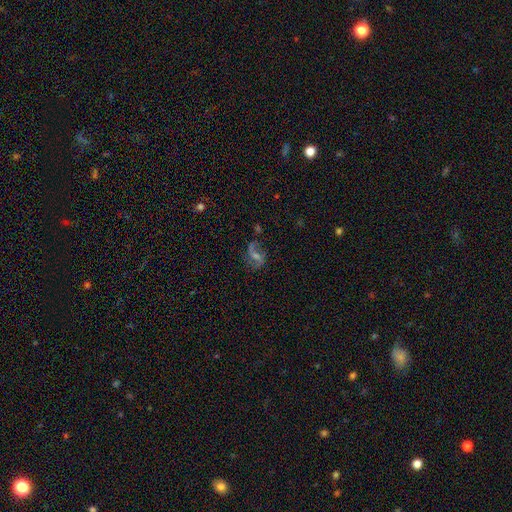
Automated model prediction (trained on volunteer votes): This is likely a featured or disk galaxy (70%). It is clearly not viewed edge-on (96%). Bar: possibly weak (47%). Spiral arm pattern: clearly yes (89%). Spiral arm count: clearly 2 (83%). Spiral winding: possibly loose (54%). Central bulge: marginally small (43%). Merging: likely none (66%).